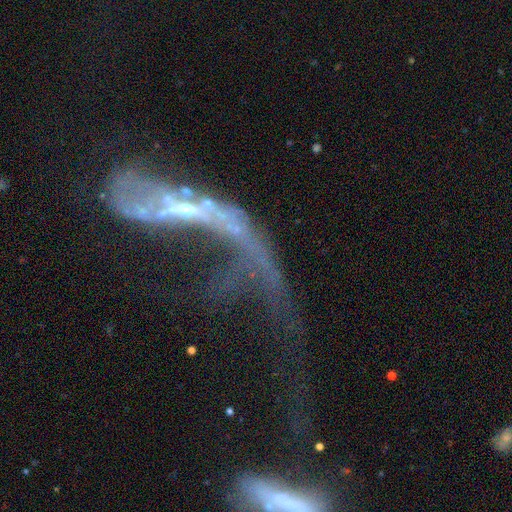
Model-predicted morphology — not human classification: A featured or disk galaxy (69%) with no bar (65%), no spiral arms (51%) and a small central bulge (47%). Merging: major disturbance (42%).